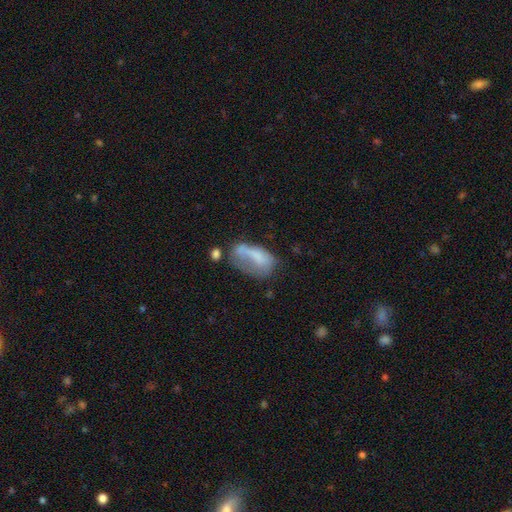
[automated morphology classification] smooth 55%, featured or disk 34%, star or artifact 11%. Down the decision tree: how rounded — in between (86%); merging — major disturbance (32%).